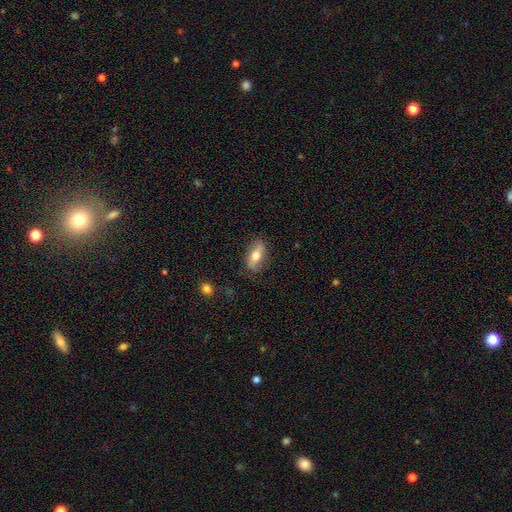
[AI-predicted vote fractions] smooth 65%, featured or disk 28%, star or artifact 7%. Down the decision tree: how rounded — in between (84%); merging — none (77%).